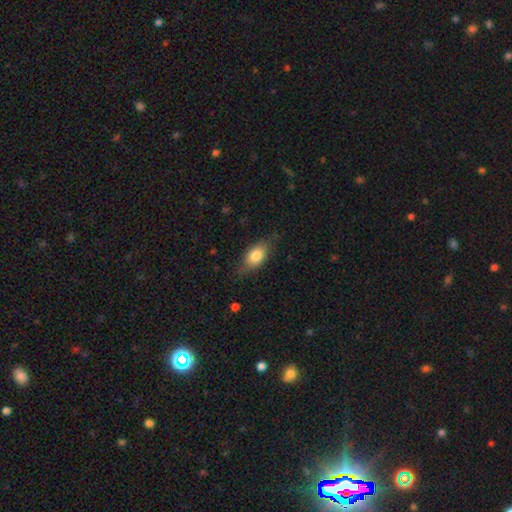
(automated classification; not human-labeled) Overall: smooth (76%). How rounded: in between (84%). Merging: none (72%).